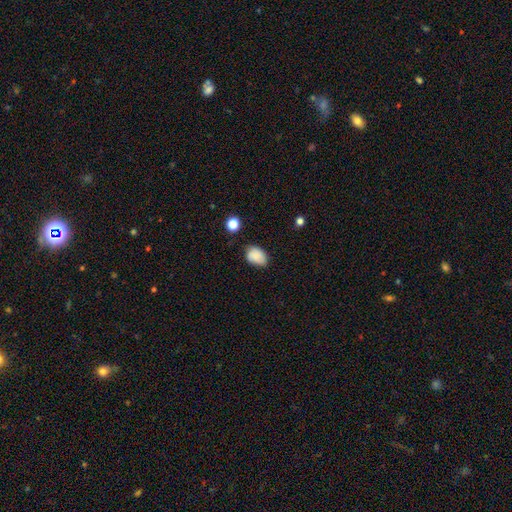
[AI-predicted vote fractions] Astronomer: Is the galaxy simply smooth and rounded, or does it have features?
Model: smooth — 85%.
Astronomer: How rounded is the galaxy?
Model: in between — 78%.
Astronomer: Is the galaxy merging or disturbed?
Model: none — 67%.